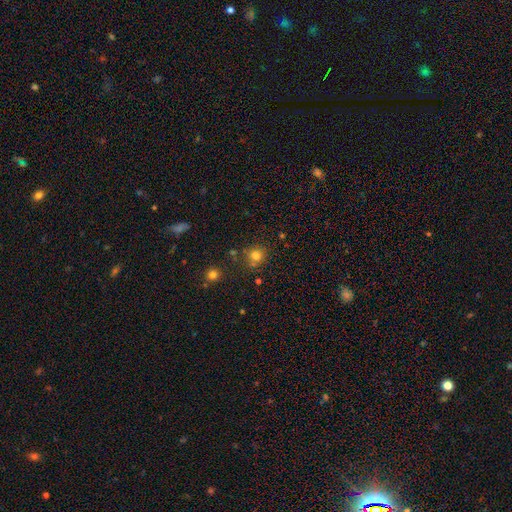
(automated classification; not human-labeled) A smooth galaxy with no disk features (77%) that is round (87%). Merging: none (74%).